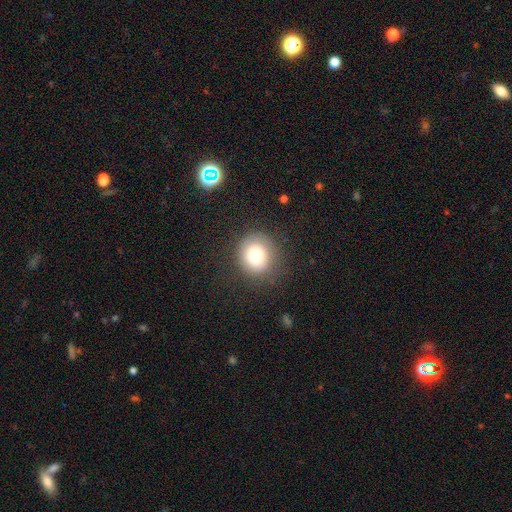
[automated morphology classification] Q: Smooth or featured?
A: smooth (77%); runner-up: featured or disk (12%)
Q: How rounded?
A: round (86%); runner-up: in between (13%)
Q: Merging?
A: none (84%); runner-up: minor disturbance (10%)